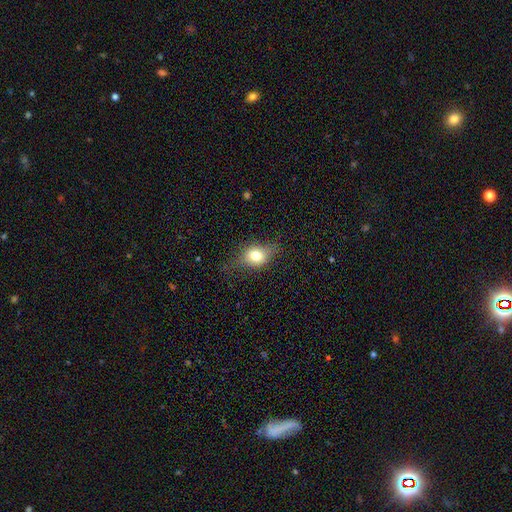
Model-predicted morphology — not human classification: Q: Smooth or featured?
A: smooth (68%); runner-up: featured or disk (20%)
Q: How rounded?
A: in between (54%); runner-up: round (44%)
Q: Merging?
A: none (62%); runner-up: minor disturbance (25%)